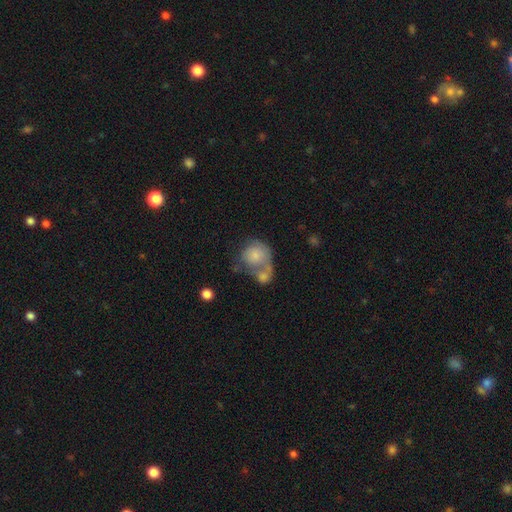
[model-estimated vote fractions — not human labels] Smooth or featured? Predicted: smooth (p=0.69). How rounded? Predicted: round (p=0.75). Merging? Predicted: merger (p=0.56).